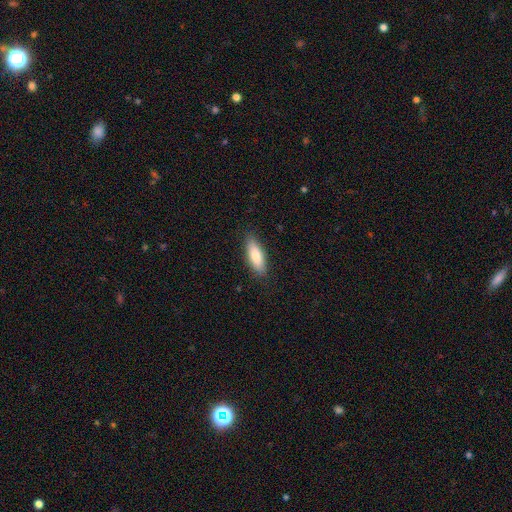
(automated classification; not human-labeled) smooth-or-featured: smooth: 81% | featured or disk: 14% | star or artifact: 6%
  how-rounded: in between: 60% | cigar-shaped: 39% | round: 2%
  merging: none: 87% | minor disturbance: 10% | major disturbance: 2% | merger: 1%